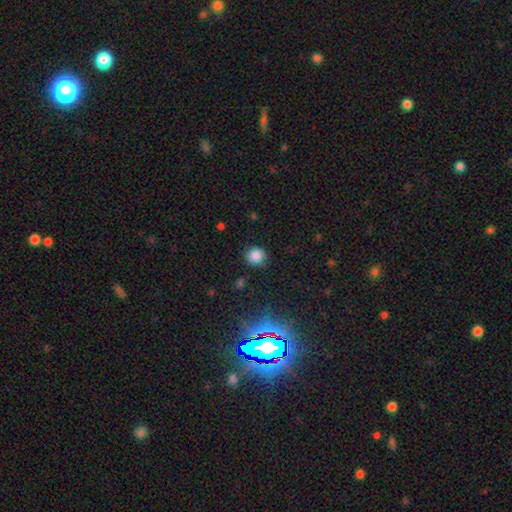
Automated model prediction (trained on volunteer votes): This appears to be a smooth galaxy with no disk features (83%) that is round (87%). Merging: none (87%).